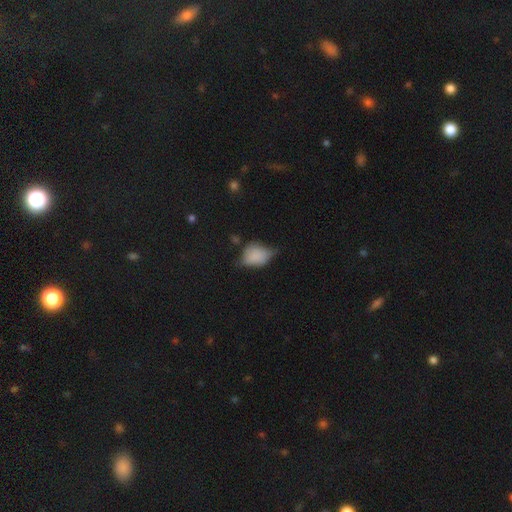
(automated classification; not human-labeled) Smooth or featured?
  - smooth: 75% *
  - featured or disk: 16%
  - star or artifact: 10%
How rounded?
  - in between: 72% *
  - round: 26%
  - cigar-shaped: 2%
Merging?
  - minor disturbance: 46% *
  - none: 32%
  - major disturbance: 18%
  - merger: 5%